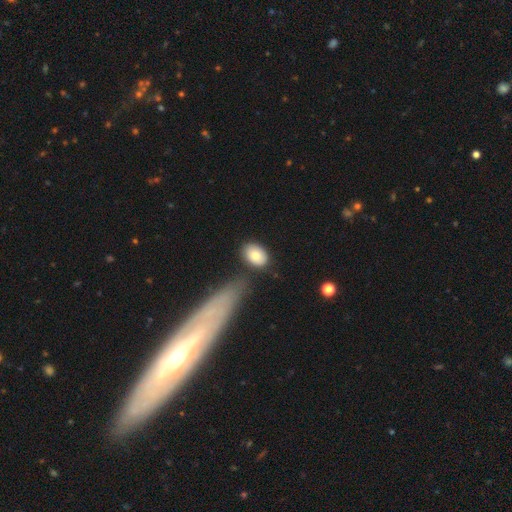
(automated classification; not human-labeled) smooth 79%, featured or disk 14%, star or artifact 7%. Down the decision tree: how rounded — in between (82%); merging — none (75%).